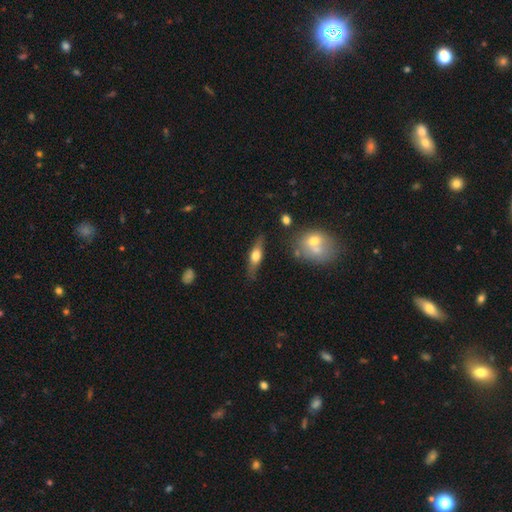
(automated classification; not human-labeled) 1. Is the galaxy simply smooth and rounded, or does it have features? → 49% featured or disk, 44% smooth, 7% star or artifact.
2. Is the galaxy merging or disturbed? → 77% none, 16% minor disturbance, 4% major disturbance, 3% merger.